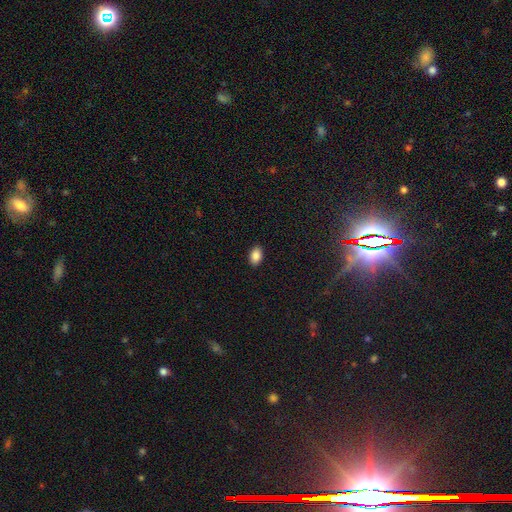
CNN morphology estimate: A smooth galaxy with no disk features (88%) that is in between round and cigar-shaped (88%).

Vote fractions:
- Smooth or featured? smooth: 88% / star or artifact: 8% / featured or disk: 4%
- How rounded? in between: 88% / round: 10% / cigar-shaped: 1%
- Merging? none: 90% / minor disturbance: 7% / major disturbance: 2% / merger: 1%